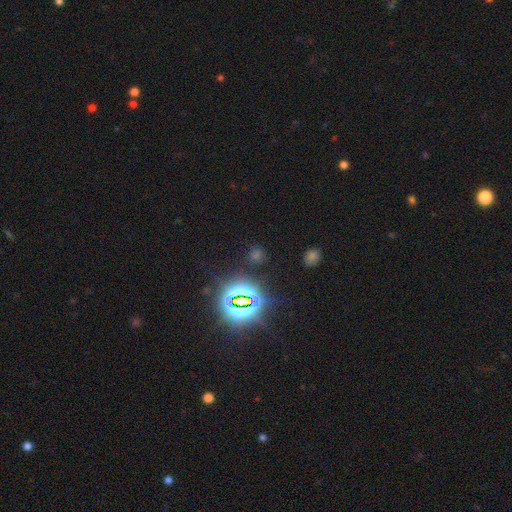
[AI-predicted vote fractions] star or artifact 67%, smooth 26%, featured or disk 7%.